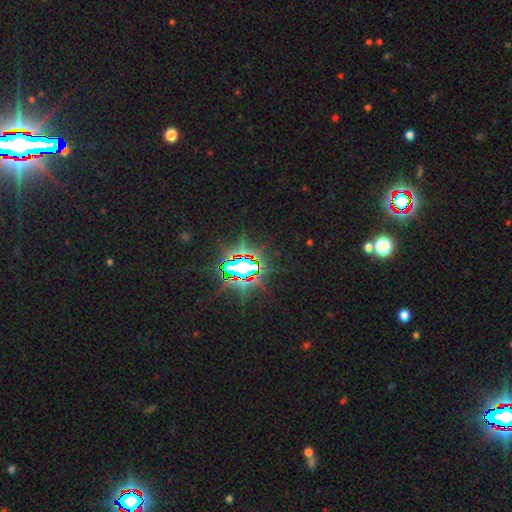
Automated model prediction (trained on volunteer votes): Overall: star or artifact (83%).